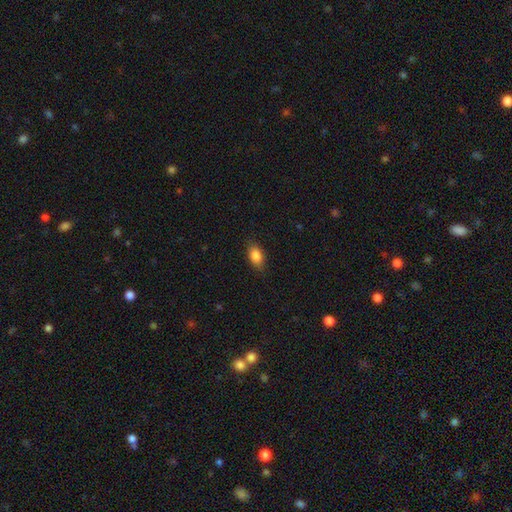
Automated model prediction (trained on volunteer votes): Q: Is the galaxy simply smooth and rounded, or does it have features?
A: smooth — 85%.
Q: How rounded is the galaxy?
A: in between — 86%.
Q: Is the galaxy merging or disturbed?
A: none — 85%.